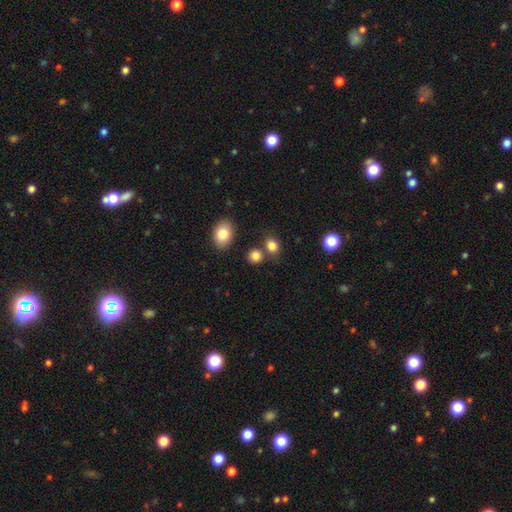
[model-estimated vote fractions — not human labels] This is clearly a smooth galaxy (84%). How rounded: likely round (74%). Merging: likely none (72%).